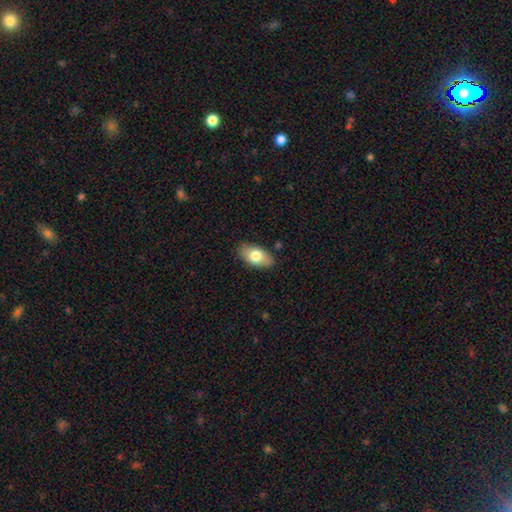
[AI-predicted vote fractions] smooth-or-featured: smooth: 75% | featured or disk: 18% | star or artifact: 7%
  how-rounded: in between: 93% | round: 5% | cigar-shaped: 3%
  merging: none: 85% | minor disturbance: 12% | major disturbance: 2% | merger: 1%